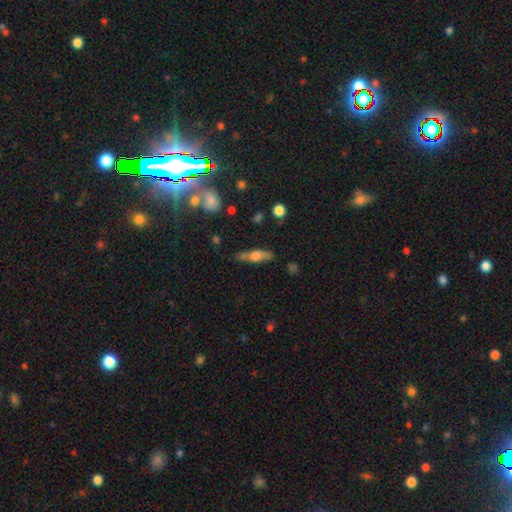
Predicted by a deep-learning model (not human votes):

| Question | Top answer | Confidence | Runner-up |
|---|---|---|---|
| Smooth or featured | smooth | 54% | featured or disk (38%) |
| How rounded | cigar-shaped | 61% | in between (36%) |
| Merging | none | 70% | minor disturbance (20%) |